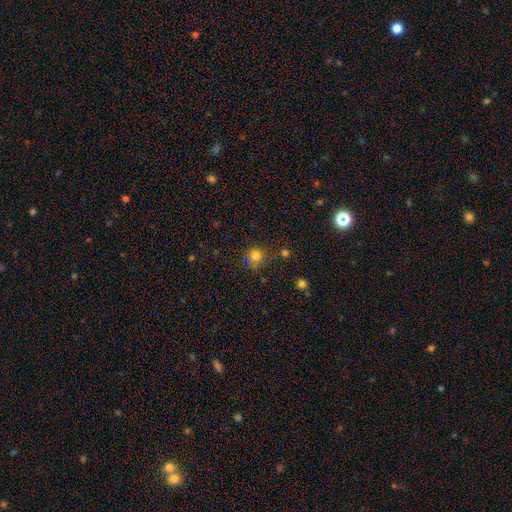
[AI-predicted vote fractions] The model was most divided on "merging": none: 72%, minor disturbance: 15%, merger: 7%, major disturbance: 5%. More confident: how rounded — round (89%); smooth or featured — smooth (77%).